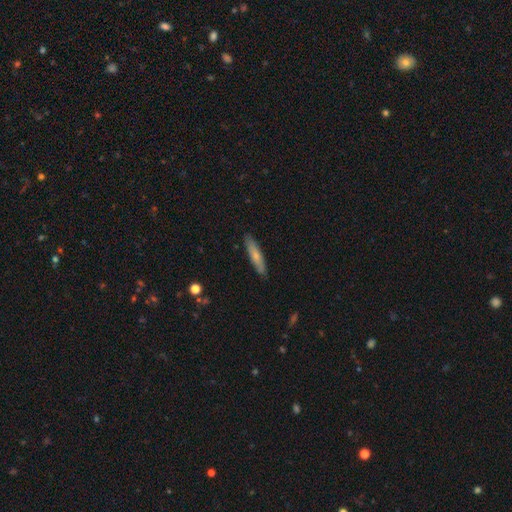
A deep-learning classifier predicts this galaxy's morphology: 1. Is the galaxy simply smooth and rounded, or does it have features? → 63% smooth, 31% featured or disk, 6% star or artifact.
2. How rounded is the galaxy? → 84% cigar-shaped, 14% in between, 2% round.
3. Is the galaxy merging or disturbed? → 87% none, 11% minor disturbance, 2% major disturbance, 1% merger.